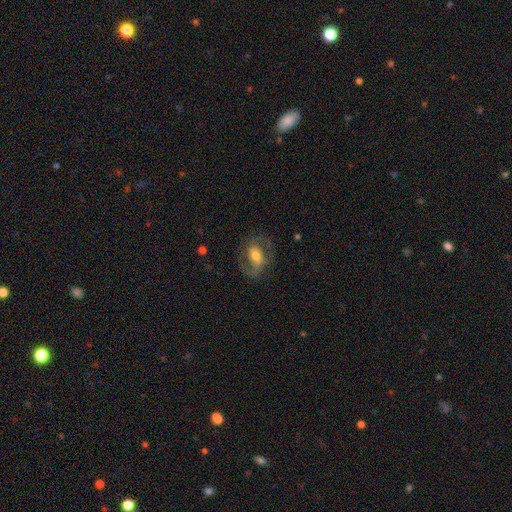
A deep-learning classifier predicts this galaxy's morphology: A featured or disk galaxy (69%) with a weak bar (41%), 2 (79%) medium (50%) spiral arms (83%) and a moderate central bulge (62%). Merging: none (69%).